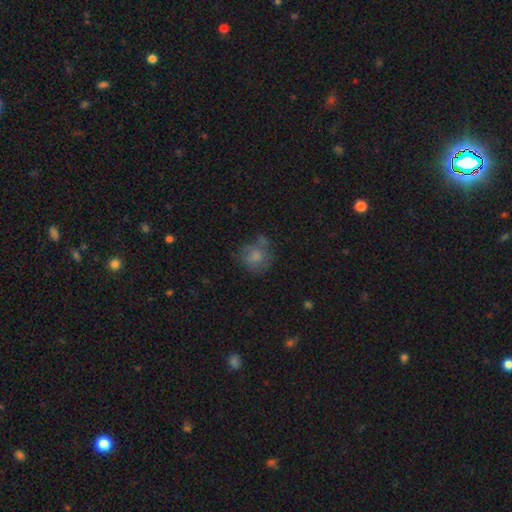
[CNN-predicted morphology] Smooth or featured: smooth — 64% (featured or disk — 25%)
How rounded: round — 77% (in between — 22%)
Merging: none — 51% (minor disturbance — 24%)